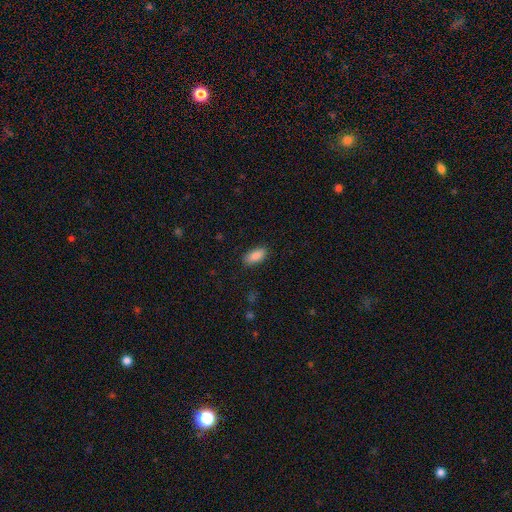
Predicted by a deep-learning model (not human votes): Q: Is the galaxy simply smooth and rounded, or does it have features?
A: smooth — 89%.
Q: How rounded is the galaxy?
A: in between — 90%.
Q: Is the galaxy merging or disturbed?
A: none — 87%.